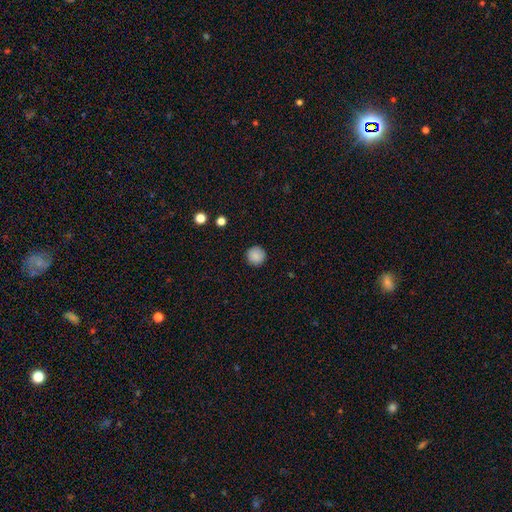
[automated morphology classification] smooth-or-featured: smooth: 88% | star or artifact: 9% | featured or disk: 4%
  how-rounded: round: 95% | in between: 4% | cigar-shaped: 1%
  merging: none: 92% | minor disturbance: 6% | major disturbance: 2% | merger: 1%